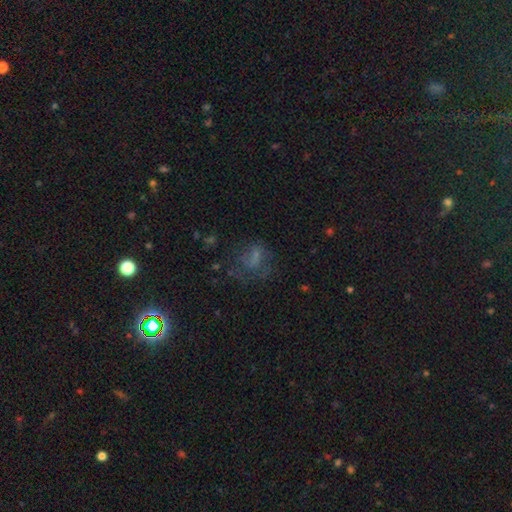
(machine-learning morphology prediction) smooth_or_featured: smooth (p=0.40) [alt: featured or disk p=0.34]
merging: none (p=0.42) [alt: major disturbance p=0.35]